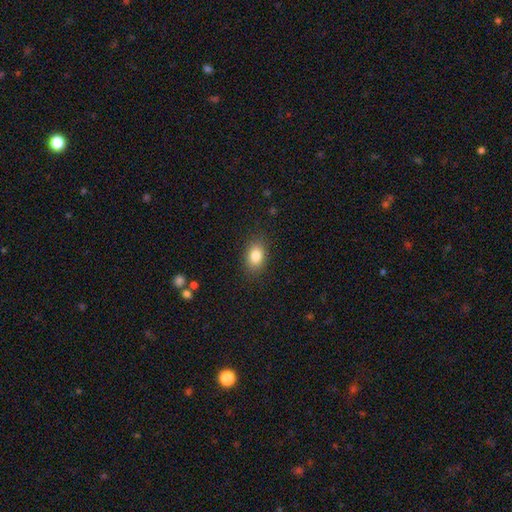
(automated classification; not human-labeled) Q: Smooth or featured?
A: smooth (83%); runner-up: star or artifact (9%)
Q: How rounded?
A: in between (80%); runner-up: round (19%)
Q: Merging?
A: none (87%); runner-up: minor disturbance (10%)